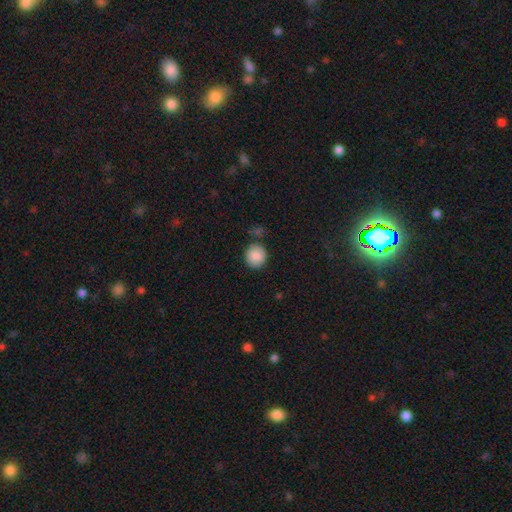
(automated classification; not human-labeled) Smooth or featured?
  - smooth: 88% *
  - star or artifact: 8%
  - featured or disk: 5%
How rounded?
  - round: 87% *
  - in between: 12%
  - cigar-shaped: 1%
Merging?
  - none: 79% *
  - minor disturbance: 12%
  - merger: 6%
  - major disturbance: 3%